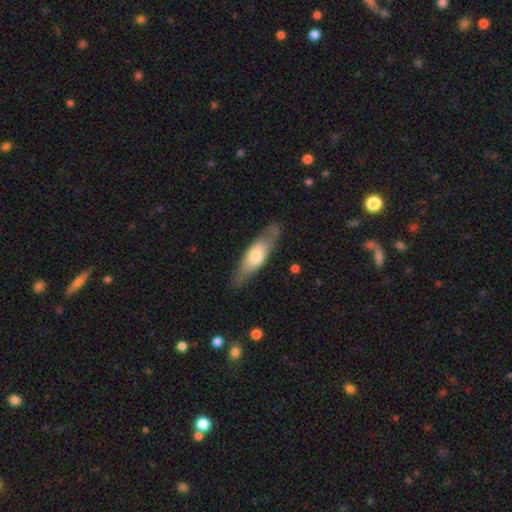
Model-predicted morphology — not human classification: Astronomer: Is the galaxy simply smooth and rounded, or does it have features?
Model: smooth — 52% (runner-up: featured or disk, 43%).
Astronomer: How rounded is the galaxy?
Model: cigar-shaped — 50% (runner-up: in between, 48%).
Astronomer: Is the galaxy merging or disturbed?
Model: none — 77%.